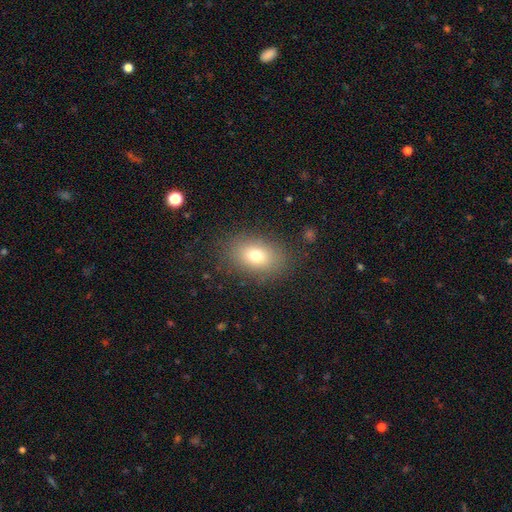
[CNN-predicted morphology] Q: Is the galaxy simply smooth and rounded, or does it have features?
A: smooth — 74%.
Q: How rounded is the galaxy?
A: in between — 78%.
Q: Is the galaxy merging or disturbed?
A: none — 83%.